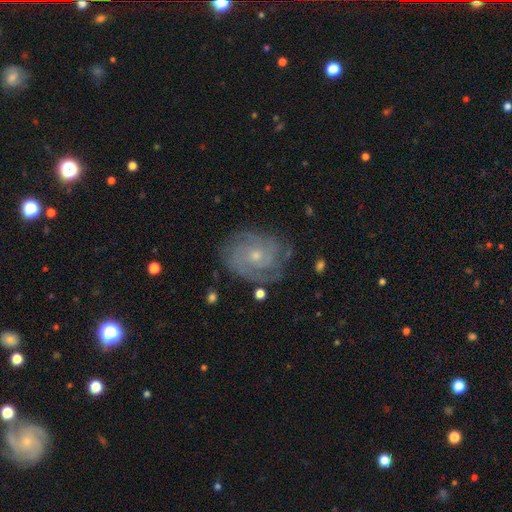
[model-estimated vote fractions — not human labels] Smooth or featured?
  - featured or disk: 79% *
  - smooth: 12%
  - star or artifact: 8%
Edge-on disk?
  - no: 97% *
  - yes: 3%
Bar?
  - no: 76% *
  - weak: 21%
  - strong: 3%
Spiral arms?
  - yes: 93% *
  - no: 7%
Spiral winding?
  - tight: 68% *
  - medium: 26%
  - loose: 6%
Spiral arm count?
  - can't tell: 34% *
  - 2: 25%
  - 3: 19%
  - 4: 10%
  - more than 4: 6%
  - 1: 6%
Bulge size?
  - small: 64% *
  - moderate: 33%
  - none: 2%
  - large: 1%
  - dominant: 1%
Merging?
  - none: 77% *
  - minor disturbance: 16%
  - major disturbance: 6%
  - merger: 2%